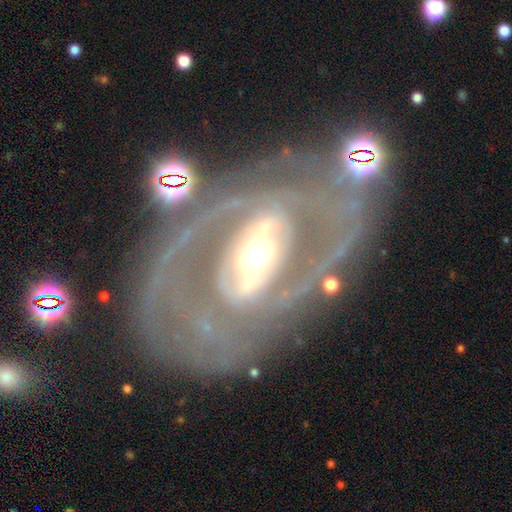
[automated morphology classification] featured or disk 85%, smooth 9%, star or artifact 6%. Down the decision tree: edge-on disk — no (94%); bar — strong (46%); spiral arms — yes (71%); spiral arm count — 2 (59%); spiral winding — tight (52%); bulge size — moderate (61%); merging — none (68%).